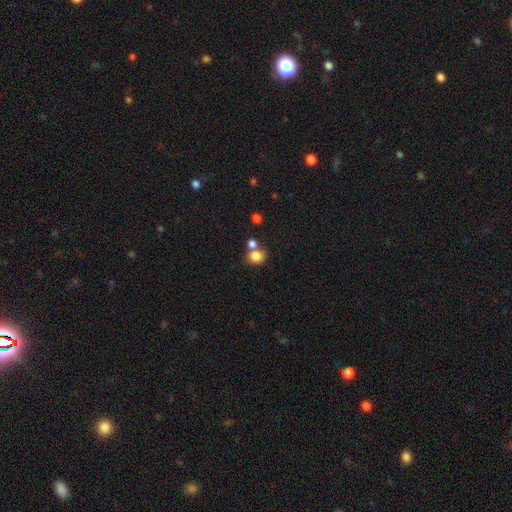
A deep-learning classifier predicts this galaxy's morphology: A smooth galaxy with no disk features (81%) that is round (73%).

Vote fractions:
- Smooth or featured? smooth: 81% / star or artifact: 11% / featured or disk: 8%
- How rounded? round: 73% / in between: 27% / cigar-shaped: 1%
- Merging? none: 52% / merger: 34% / minor disturbance: 10% / major disturbance: 4%